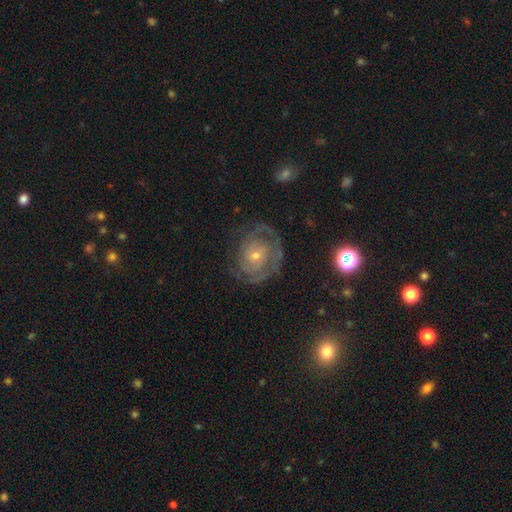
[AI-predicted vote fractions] Q: Smooth or featured?
A: featured or disk (79%); runner-up: smooth (12%)
Q: Edge-on disk?
A: no (97%); runner-up: yes (3%)
Q: Bar?
A: no (74%); runner-up: weak (21%)
Q: Spiral arms?
A: yes (88%); runner-up: no (12%)
Q: Spiral winding?
A: tight (66%); runner-up: medium (26%)
Q: Spiral arm count?
A: can't tell (37%); runner-up: 2 (30%)
Q: Bulge size?
A: small (67%); runner-up: moderate (28%)
Q: Merging?
A: none (69%); runner-up: minor disturbance (17%)